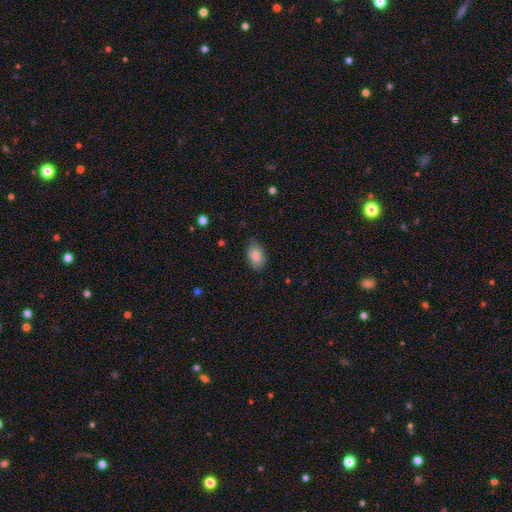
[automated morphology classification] Smooth or featured?
  - smooth: 85% *
  - featured or disk: 8%
  - star or artifact: 7%
How rounded?
  - in between: 83% *
  - round: 16%
  - cigar-shaped: 1%
Merging?
  - none: 78% *
  - minor disturbance: 17%
  - major disturbance: 3%
  - merger: 1%